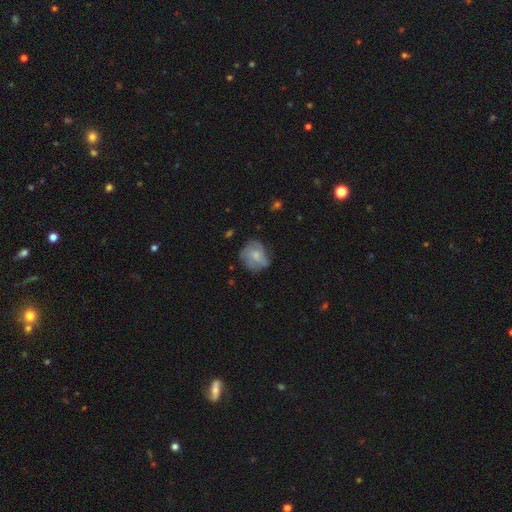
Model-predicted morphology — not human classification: smooth_or_featured: featured or disk (p=0.52) [alt: smooth p=0.39]
disk_edge_on: no (p=0.98) [alt: yes p=0.02]
bar: no (p=0.70) [alt: weak p=0.26]
has_spiral_arms: yes (p=0.75) [alt: no p=0.25]
bulge_size: small (p=0.45) [alt: moderate p=0.36]
merging: none (p=0.63) [alt: minor disturbance p=0.23]